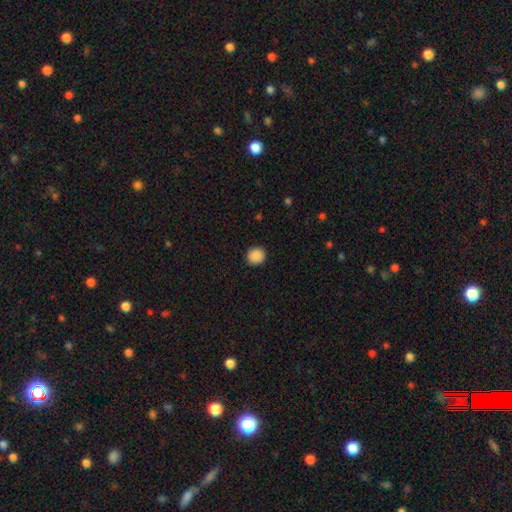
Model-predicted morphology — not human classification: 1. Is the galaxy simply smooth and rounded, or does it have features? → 89% smooth, 9% star or artifact, 2% featured or disk.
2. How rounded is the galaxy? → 93% round, 6% in between, 1% cigar-shaped.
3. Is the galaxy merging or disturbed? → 92% none, 5% minor disturbance, 2% major disturbance, 1% merger.